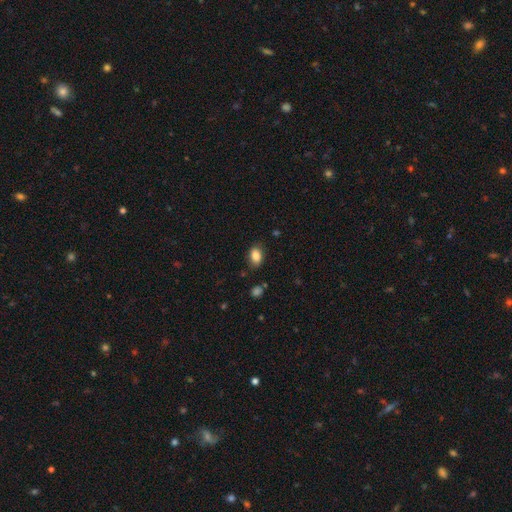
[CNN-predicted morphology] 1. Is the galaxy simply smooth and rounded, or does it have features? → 85% smooth, 9% star or artifact, 6% featured or disk.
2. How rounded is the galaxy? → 84% in between, 15% round, 1% cigar-shaped.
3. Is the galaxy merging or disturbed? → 81% none, 14% minor disturbance, 3% major disturbance, 2% merger.